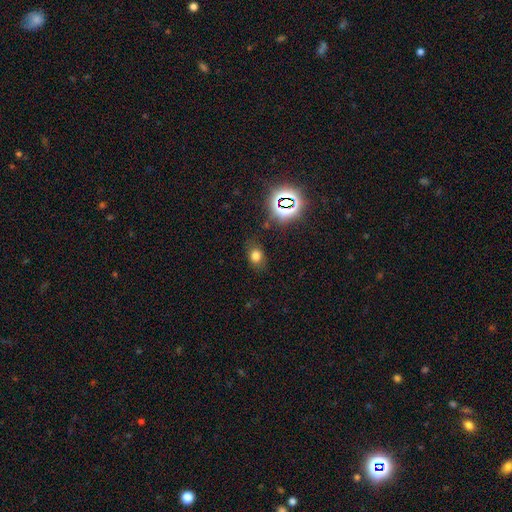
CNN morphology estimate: This is likely a smooth galaxy (70%). How rounded: possibly in between (59%). Merging: likely none (79%).